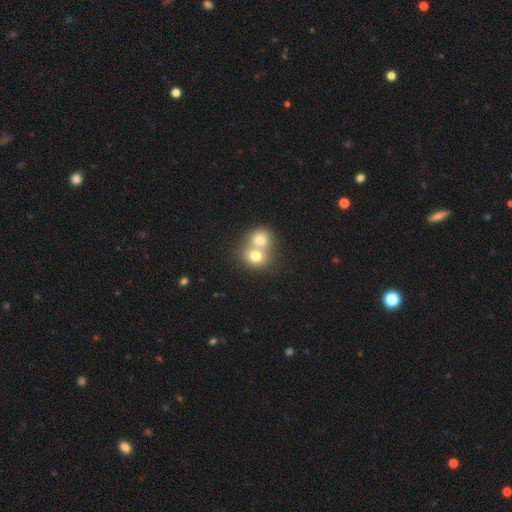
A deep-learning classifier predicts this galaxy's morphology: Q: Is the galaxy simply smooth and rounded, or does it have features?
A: smooth — 73%.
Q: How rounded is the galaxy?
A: round — 71%.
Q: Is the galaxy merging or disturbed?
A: merger — 68%.